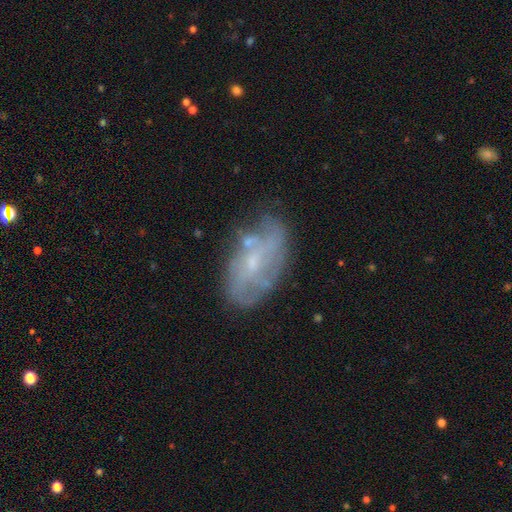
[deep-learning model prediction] A featured or disk galaxy (63%) with no bar (63%), spiral arms (61%) and a small central bulge (67%).

Vote fractions:
- Smooth or featured? featured or disk: 63% / smooth: 26% / star or artifact: 10%
- Edge-on disk? no: 93% / yes: 7%
- Bar? no: 63% / weak: 31% / strong: 6%
- Spiral arms? yes: 61% / no: 39%
- Bulge size? small: 67% / moderate: 23% / none: 9% / large: 1% / dominant: 1%
- Merging? none: 63% / minor disturbance: 22% / major disturbance: 10% / merger: 5%